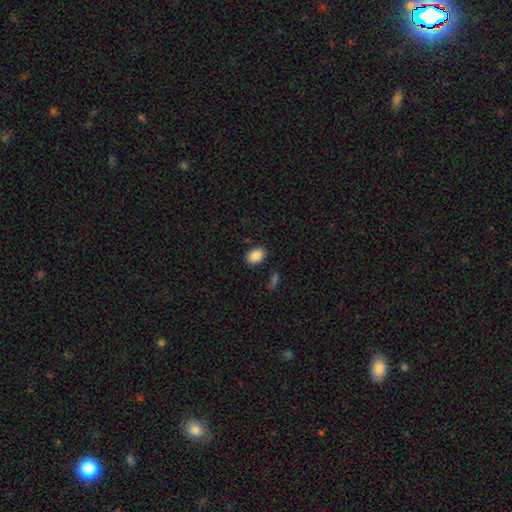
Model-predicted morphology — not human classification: Smooth or featured? Predicted: smooth (p=0.88). How rounded? Predicted: in between (p=0.83). Merging? Predicted: none (p=0.85).